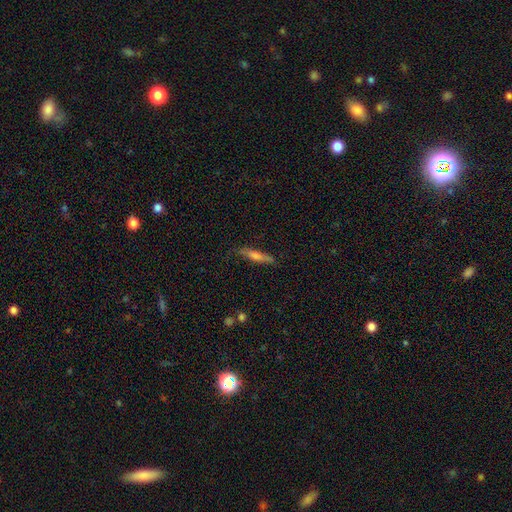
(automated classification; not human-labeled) This appears to be a smooth galaxy with no disk features (56%) that is cigar-shaped (87%). Merging: none (77%).